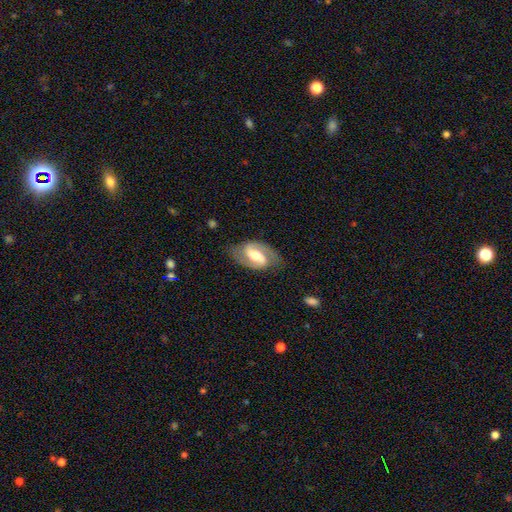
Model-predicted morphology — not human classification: A featured or disk galaxy (85%) with a weak bar (42%), 2 (92%) medium (53%) spiral arms (95%) and a moderate central bulge (64%). Merging: none (78%).